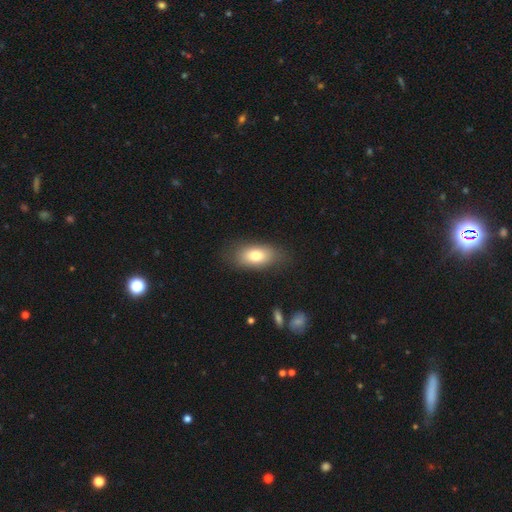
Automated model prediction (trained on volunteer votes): This is likely a smooth galaxy (77%). How rounded: clearly in between (88%). Merging: likely none (79%).